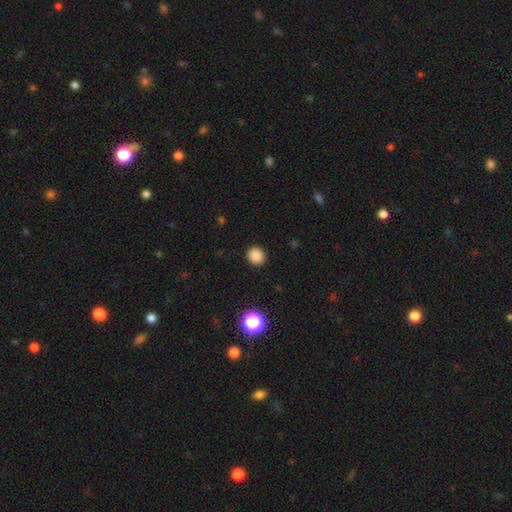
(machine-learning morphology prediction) Overall: smooth (86%). How rounded: round (85%). Merging: none (91%).